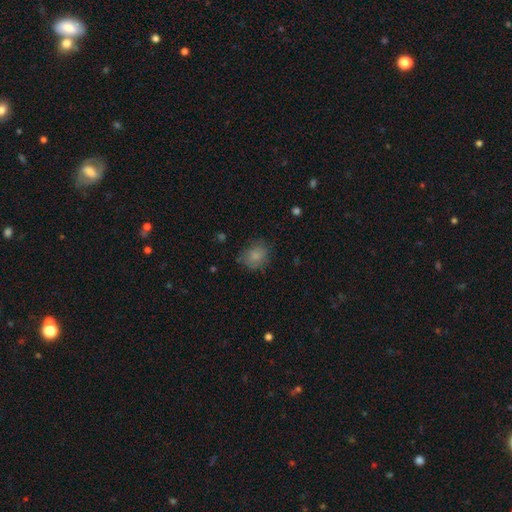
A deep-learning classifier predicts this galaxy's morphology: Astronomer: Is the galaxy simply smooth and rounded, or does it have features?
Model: smooth — 80%.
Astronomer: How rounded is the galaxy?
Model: round — 63%.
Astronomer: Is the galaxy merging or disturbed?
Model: none — 67%.